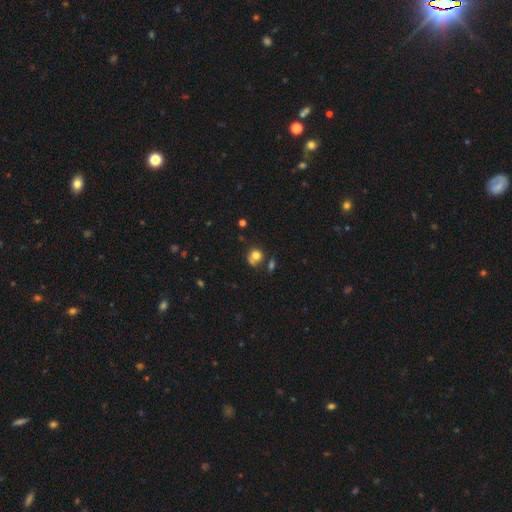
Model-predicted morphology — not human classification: The model was most divided on "merging": none: 50%, merger: 20%, minor disturbance: 19%, major disturbance: 10%. More confident: how rounded — round (77%); smooth or featured — smooth (75%).